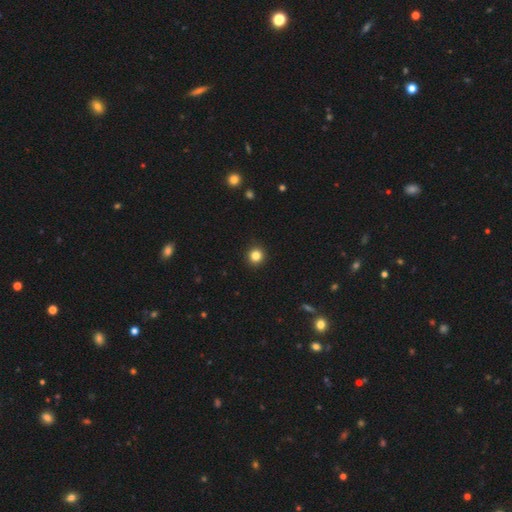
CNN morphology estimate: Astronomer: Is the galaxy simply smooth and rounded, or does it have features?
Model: smooth — 83%.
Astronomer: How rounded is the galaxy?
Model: round — 94%.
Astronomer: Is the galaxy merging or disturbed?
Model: none — 93%.